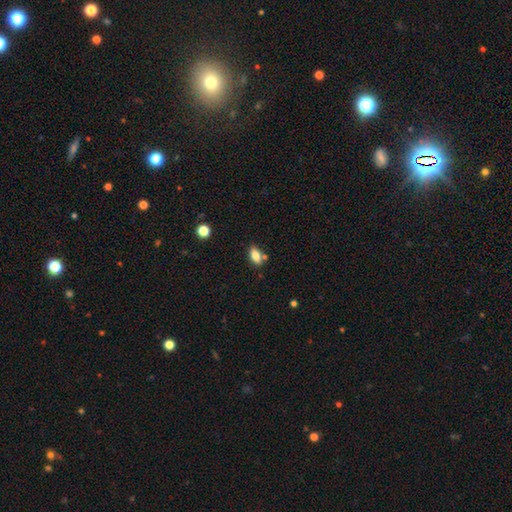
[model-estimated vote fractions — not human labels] This is likely a smooth galaxy (78%). How rounded: clearly in between (85%). Merging: likely none (72%).